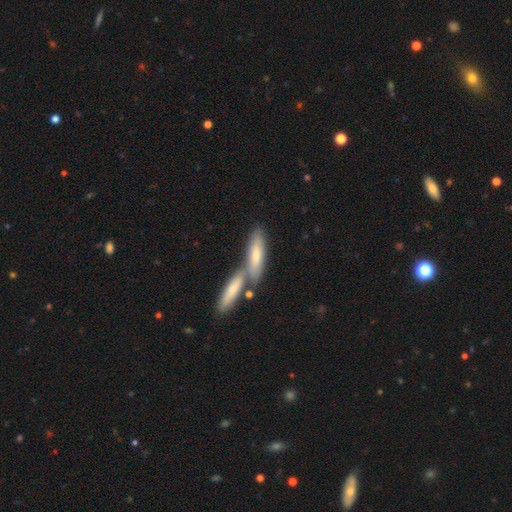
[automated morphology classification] A smooth galaxy with no disk features (63%) that is cigar-shaped (67%). Merging: merger (46%).